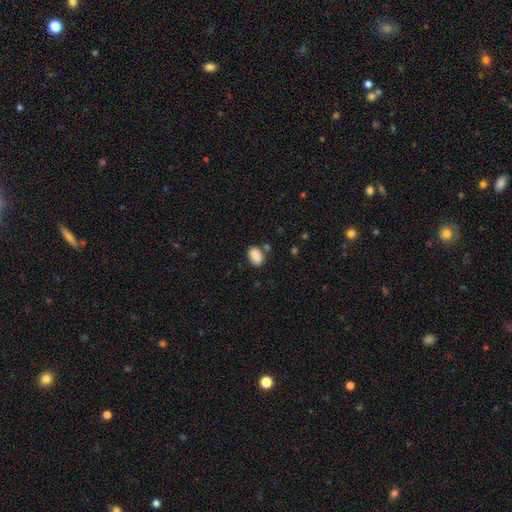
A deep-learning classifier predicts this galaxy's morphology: Smooth or featured? smooth (87%)
How rounded? in between (86%)
Merging? none (69%)